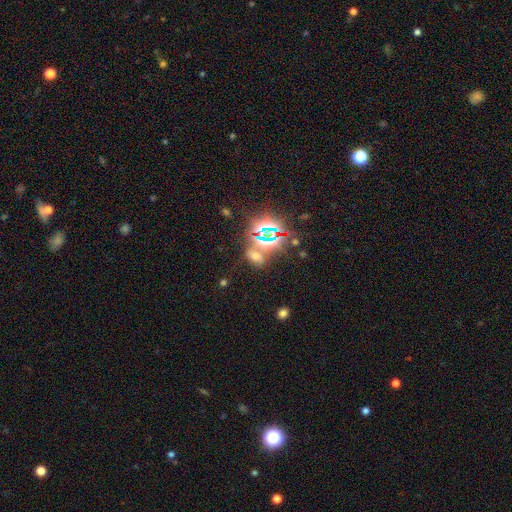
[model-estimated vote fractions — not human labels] A star or artifact, not a galaxy (56%).

Vote fractions:
- Smooth or featured? star or artifact: 56% / smooth: 35% / featured or disk: 9%